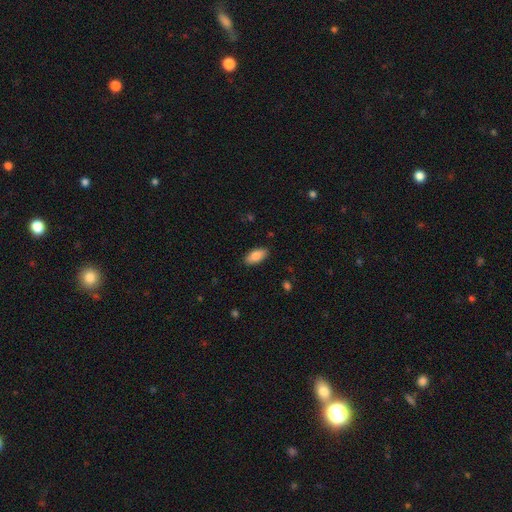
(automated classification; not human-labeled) smooth-or-featured: smooth: 84% | featured or disk: 10% | star or artifact: 7%
  how-rounded: in between: 91% | cigar-shaped: 6% | round: 2%
  merging: none: 87% | minor disturbance: 10% | major disturbance: 2% | merger: 1%